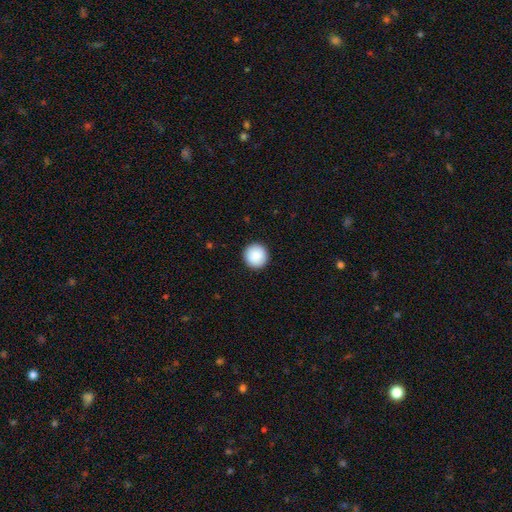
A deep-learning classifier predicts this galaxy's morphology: A smooth galaxy with no disk features (90%) that is round (96%). Merging: none (93%).